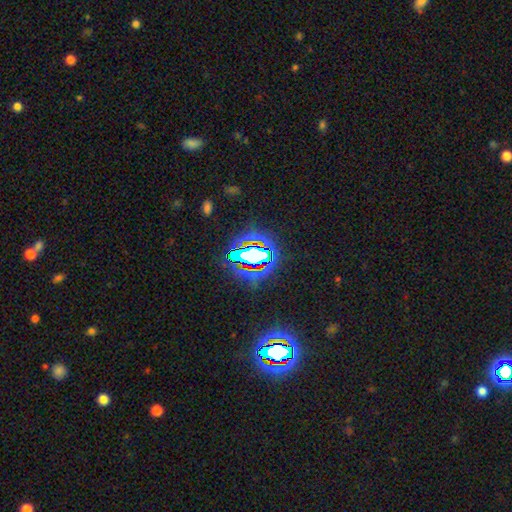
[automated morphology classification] The model was most divided on "smooth or featured": star or artifact: 65%, smooth: 20%, featured or disk: 14%.